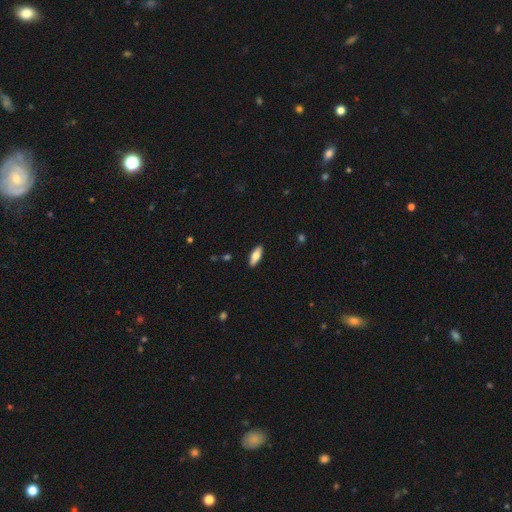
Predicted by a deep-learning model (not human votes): smooth-or-featured: smooth: 71% | featured or disk: 23% | star or artifact: 6%
  how-rounded: in between: 69% | cigar-shaped: 29% | round: 2%
  merging: none: 90% | minor disturbance: 8% | major disturbance: 2% | merger: 1%